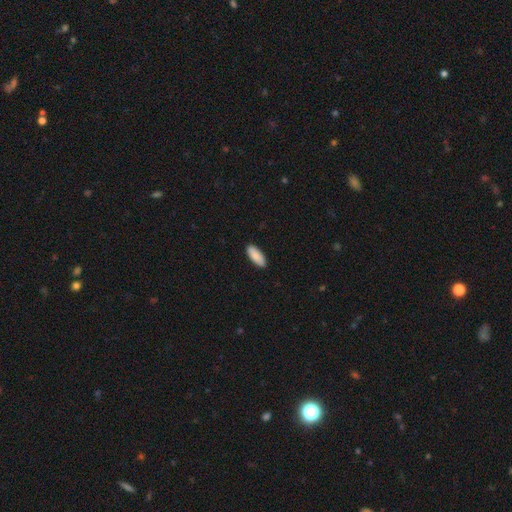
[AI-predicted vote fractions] Q: Smooth or featured?
A: smooth (89%); runner-up: featured or disk (6%)
Q: How rounded?
A: in between (73%); runner-up: cigar-shaped (25%)
Q: Merging?
A: none (90%); runner-up: minor disturbance (7%)